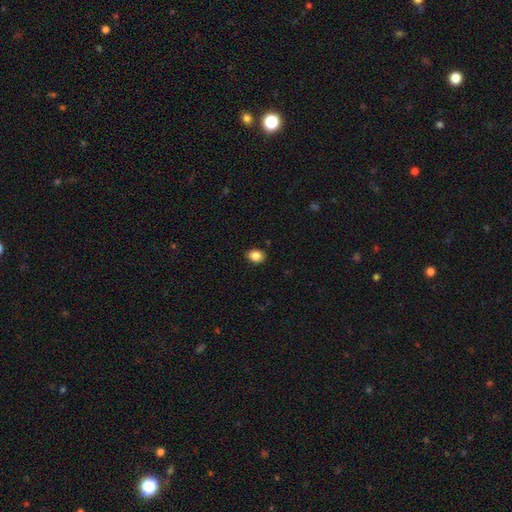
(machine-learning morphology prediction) The model was most divided on "how rounded": in between: 63%, round: 36%, cigar-shaped: 1%. More confident: merging — none (87%); smooth or featured — smooth (85%).